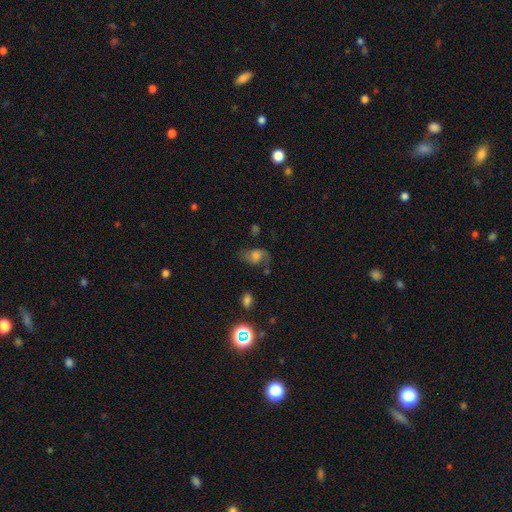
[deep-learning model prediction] Morphology: type=featured or disk (49%); merging=none (53%).